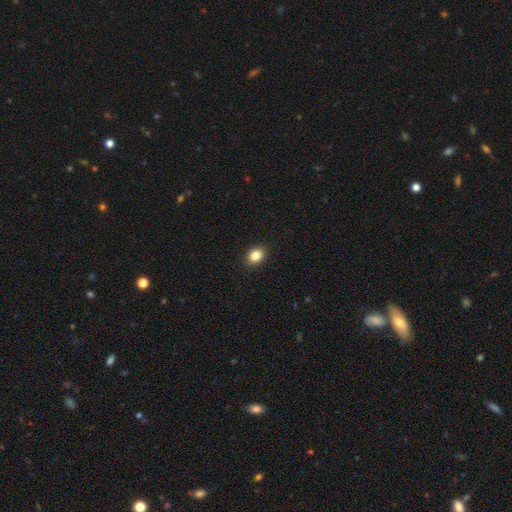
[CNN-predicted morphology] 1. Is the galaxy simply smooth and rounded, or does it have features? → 85% smooth, 10% star or artifact, 5% featured or disk.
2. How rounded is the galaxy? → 57% in between, 42% round, 1% cigar-shaped.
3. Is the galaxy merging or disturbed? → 90% none, 7% minor disturbance, 2% major disturbance, 1% merger.